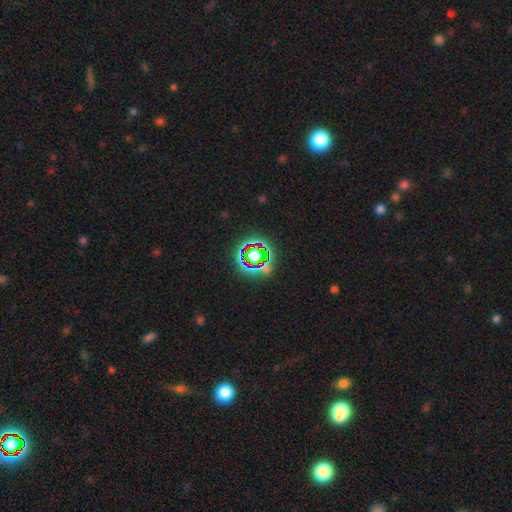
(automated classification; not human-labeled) smooth-or-featured: star or artifact: 66% | smooth: 21% | featured or disk: 14%